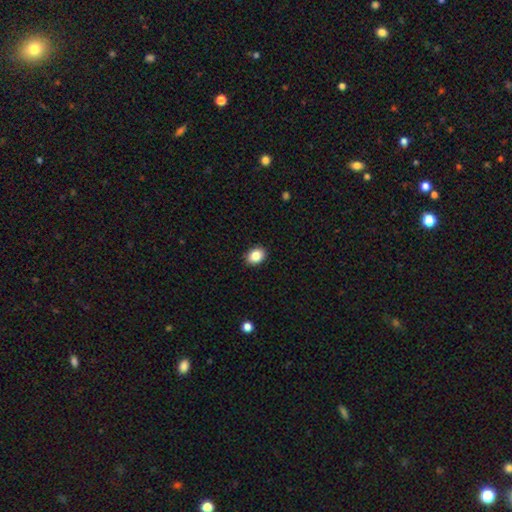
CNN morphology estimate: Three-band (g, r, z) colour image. It shows a smooth galaxy with no disk features (85%) that is in between round and cigar-shaped (64%). Merging: none (90%).